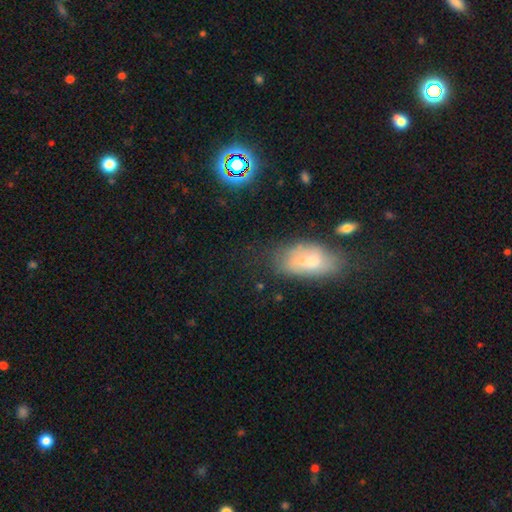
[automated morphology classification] smooth_or_featured: smooth (p=0.44) [alt: featured or disk p=0.32]
merging: none (p=0.62) [alt: minor disturbance p=0.23]